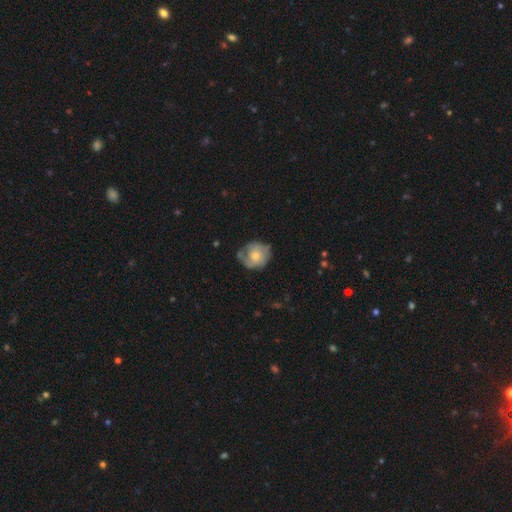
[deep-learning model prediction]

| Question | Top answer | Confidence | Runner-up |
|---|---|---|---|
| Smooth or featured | smooth | 47% | featured or disk (46%) |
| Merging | none | 56% | minor disturbance (29%) |